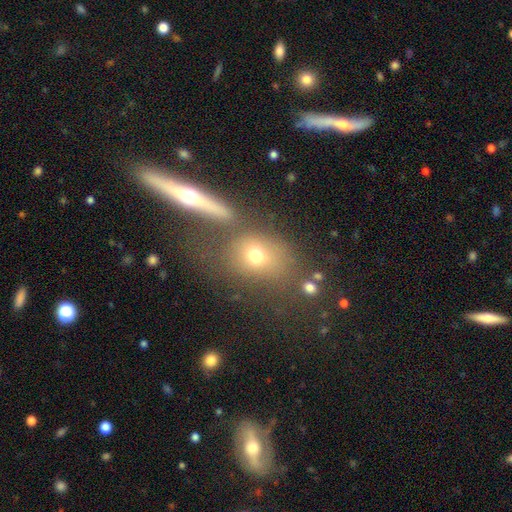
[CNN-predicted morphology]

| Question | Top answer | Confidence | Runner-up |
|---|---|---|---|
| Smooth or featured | smooth | 68% | featured or disk (17%) |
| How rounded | round | 53% | in between (44%) |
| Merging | none | 54% | merger (22%) |